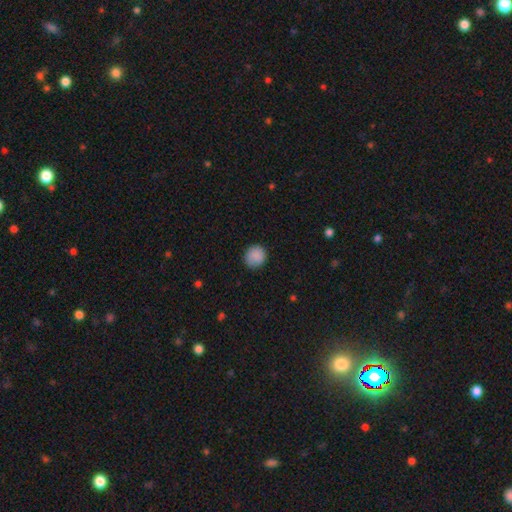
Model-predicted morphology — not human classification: Smooth or featured?
  - smooth: 88% *
  - star or artifact: 8%
  - featured or disk: 4%
How rounded?
  - round: 86% *
  - in between: 13%
  - cigar-shaped: 1%
Merging?
  - none: 85% *
  - minor disturbance: 12%
  - major disturbance: 3%
  - merger: 1%